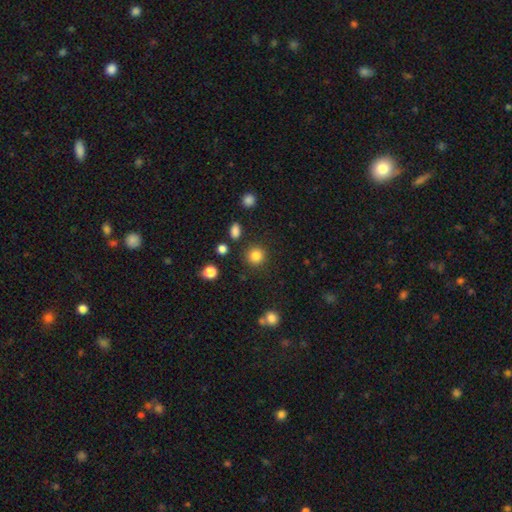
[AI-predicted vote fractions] A smooth galaxy with no disk features (84%) that is round (92%).

Vote fractions:
- Smooth or featured? smooth: 84% / star or artifact: 11% / featured or disk: 4%
- How rounded? round: 92% / in between: 7% / cigar-shaped: 1%
- Merging? none: 87% / minor disturbance: 7% / merger: 3% / major disturbance: 3%